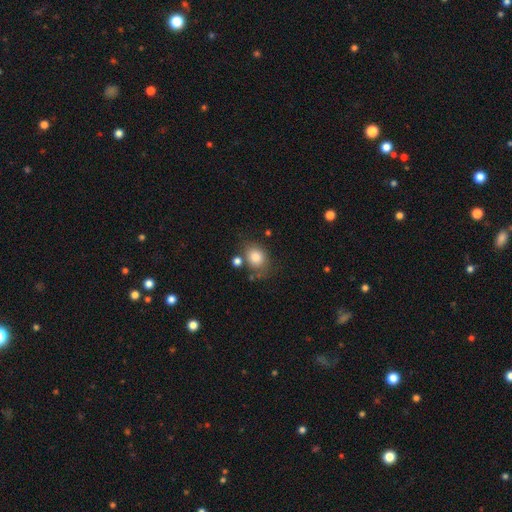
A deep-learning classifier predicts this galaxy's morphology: smooth 82%, star or artifact 10%, featured or disk 8%. Down the decision tree: how rounded — round (57%); merging — none (66%).